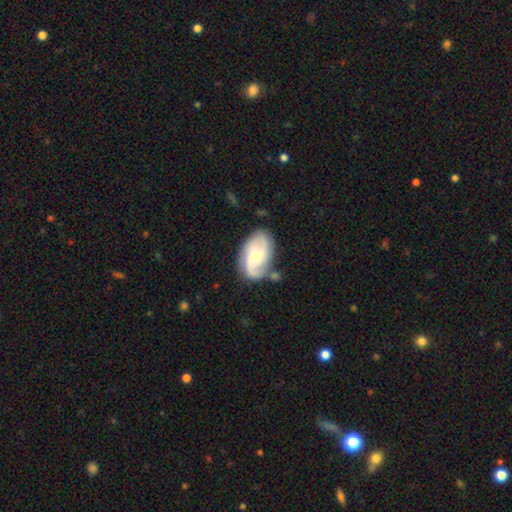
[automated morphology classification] The model was most divided on "bar": weak: 48%, no: 43%, strong: 9%. Remaining: edge-on disk — no (96%); spiral arms — yes (94%); smooth or featured — featured or disk (77%); spiral arm count — 2 (72%); merging — none (65%); bulge size — moderate (60%); spiral winding — medium (46%).